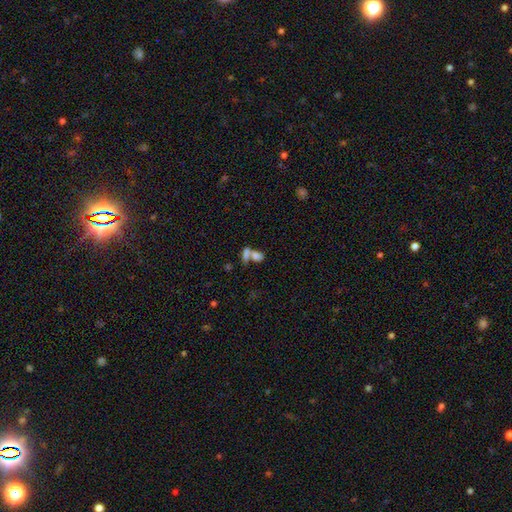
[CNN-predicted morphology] Smooth or featured?
  - smooth: 73% *
  - featured or disk: 15%
  - star or artifact: 12%
How rounded?
  - in between: 74% *
  - round: 19%
  - cigar-shaped: 6%
Merging?
  - merger: 64% *
  - none: 24%
  - minor disturbance: 7%
  - major disturbance: 6%